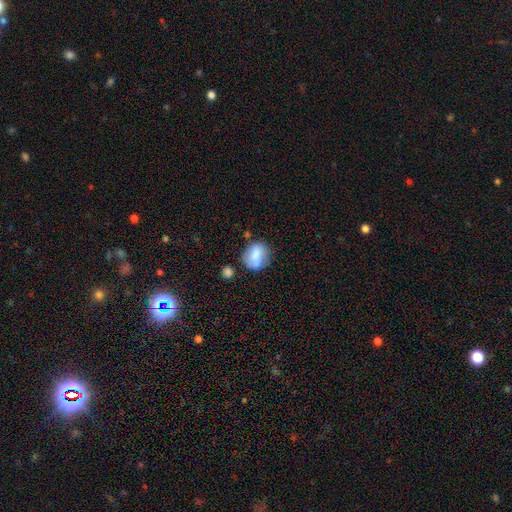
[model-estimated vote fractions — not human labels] smooth_or_featured: smooth (p=0.73) [alt: featured or disk p=0.19]
how_rounded: round (p=0.56) [alt: in between p=0.42]
merging: none (p=0.55) [alt: minor disturbance p=0.25]